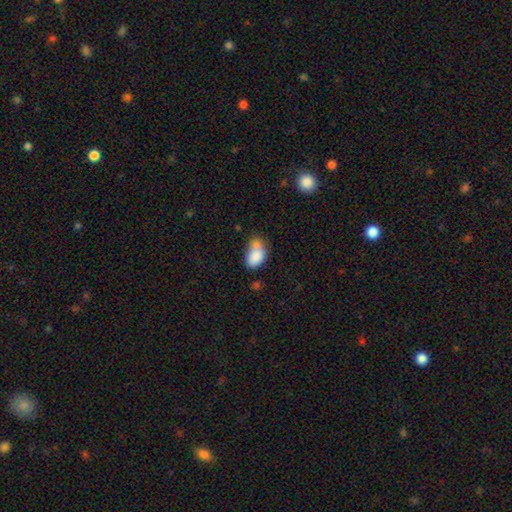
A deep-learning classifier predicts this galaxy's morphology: Overall: smooth (82%). How rounded: in between (88%). Merging: none (34%; merger 33%).